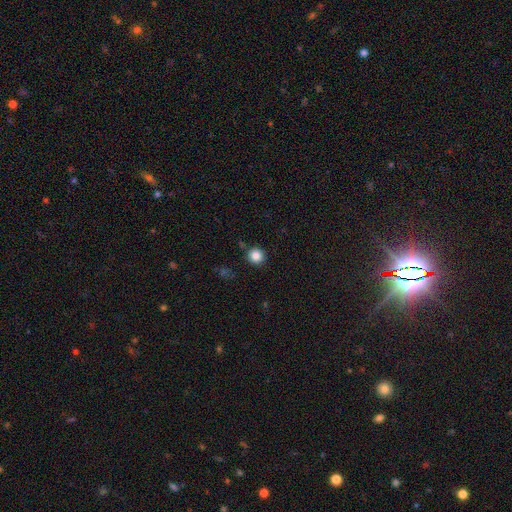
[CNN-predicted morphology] This appears to be a smooth galaxy with no disk features (86%) that is round (94%). Merging: none (87%).